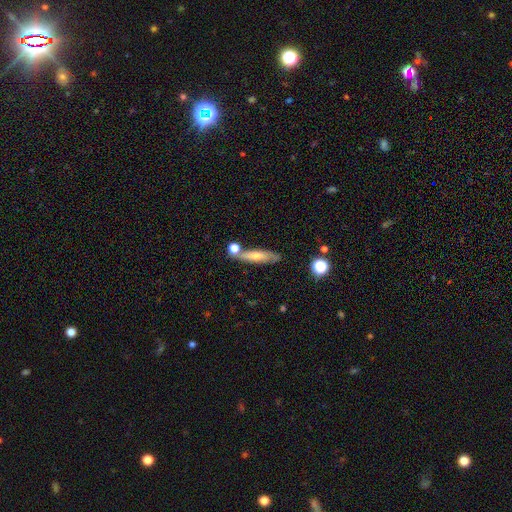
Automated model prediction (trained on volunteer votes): A featured or disk galaxy (45%, tied with smooth).

Vote fractions:
- Smooth or featured? featured or disk: 45% (tied) / smooth: 45% (tied) / star or artifact: 10%
- Merging? none: 73% / minor disturbance: 14% / merger: 9% / major disturbance: 4%